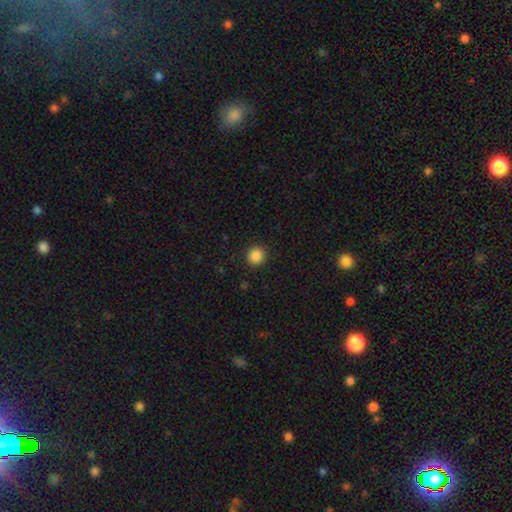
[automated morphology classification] Smooth or featured? smooth (87%)
How rounded? round (91%)
Merging? none (92%)